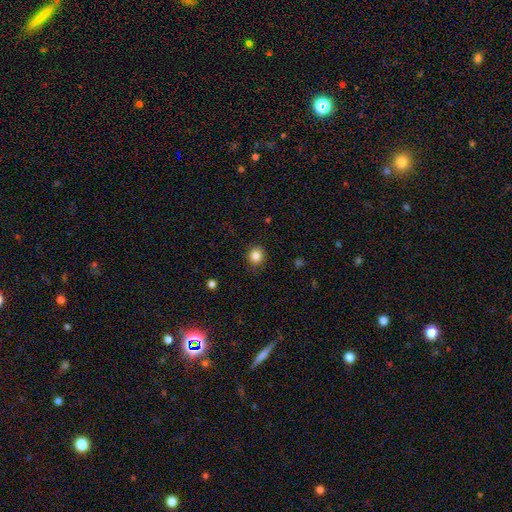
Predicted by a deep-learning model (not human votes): smooth_or_featured: smooth (p=0.84) [alt: star or artifact p=0.11]
how_rounded: round (p=0.83) [alt: in between p=0.16]
merging: none (p=0.87) [alt: minor disturbance p=0.09]